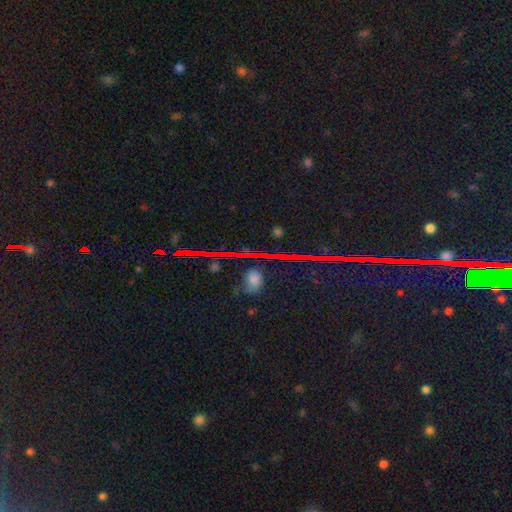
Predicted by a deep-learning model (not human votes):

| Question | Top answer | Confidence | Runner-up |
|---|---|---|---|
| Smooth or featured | star or artifact | 84% | featured or disk (8%) |